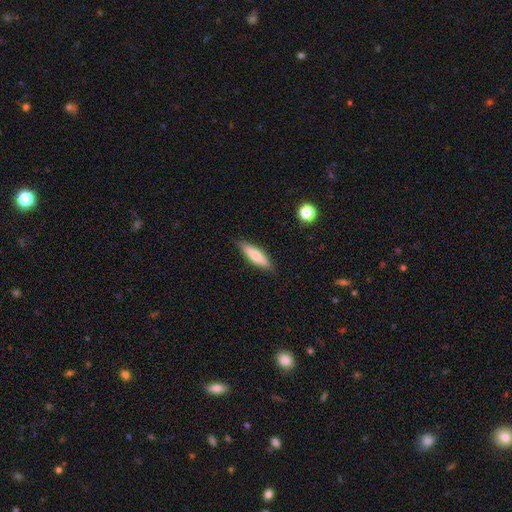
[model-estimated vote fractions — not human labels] Smooth or featured? Predicted: smooth (p=0.67). How rounded? Predicted: cigar-shaped (p=0.70). Merging? Predicted: none (p=0.86).